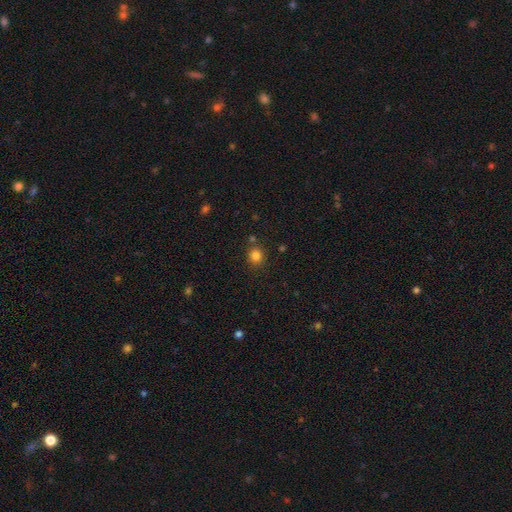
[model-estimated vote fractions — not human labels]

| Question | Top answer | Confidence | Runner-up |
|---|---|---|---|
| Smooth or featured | smooth | 83% | star or artifact (13%) |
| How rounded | round | 87% | in between (12%) |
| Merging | none | 82% | minor disturbance (9%) |